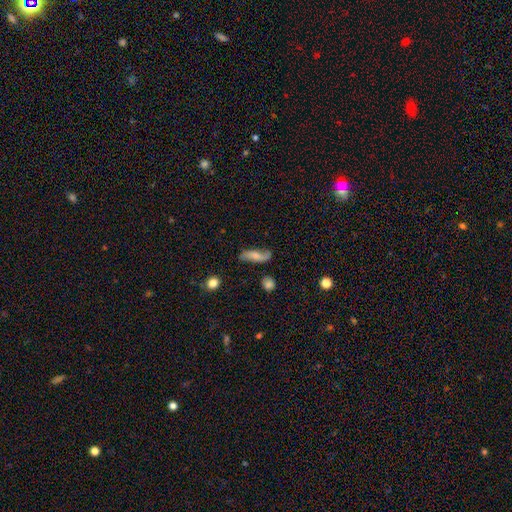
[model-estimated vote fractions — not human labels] Morphology: type=featured or disk (51%); edge-on=no (82%); merging=none (64%).